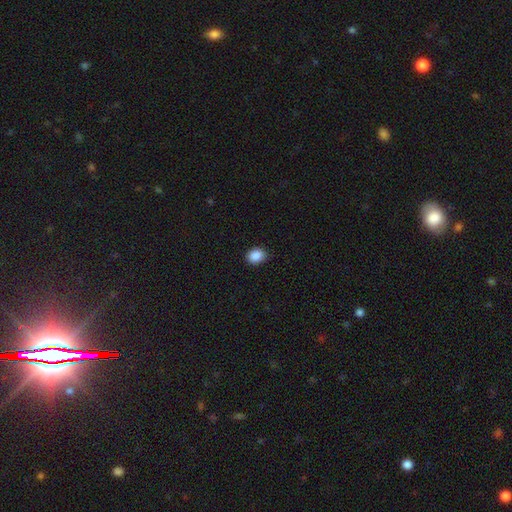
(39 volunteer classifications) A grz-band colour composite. It shows a smooth galaxy with no disk features (87%) that is round (65%). Merging: none (80%).